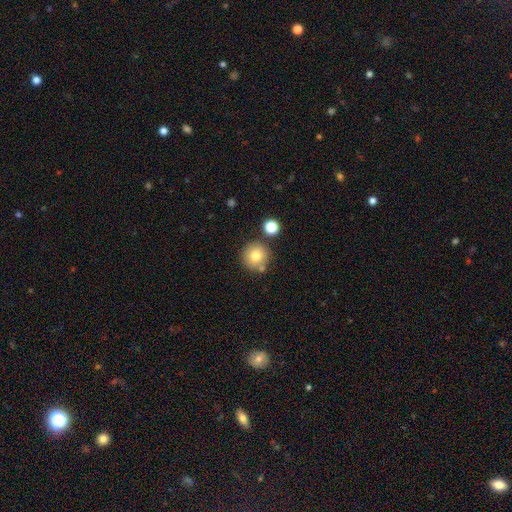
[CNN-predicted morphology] smooth 77%, featured or disk 12%, star or artifact 11%. Down the decision tree: how rounded — round (95%); merging — none (76%).